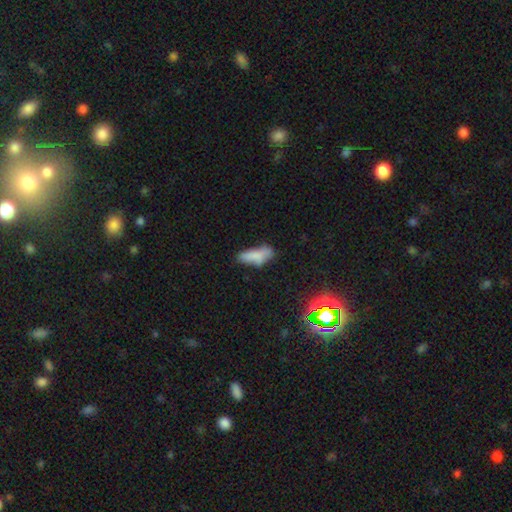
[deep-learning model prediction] Overall: smooth (73%). How rounded: in between (64%; cigar-shaped 34%). Merging: none (44%; minor disturbance 30%).